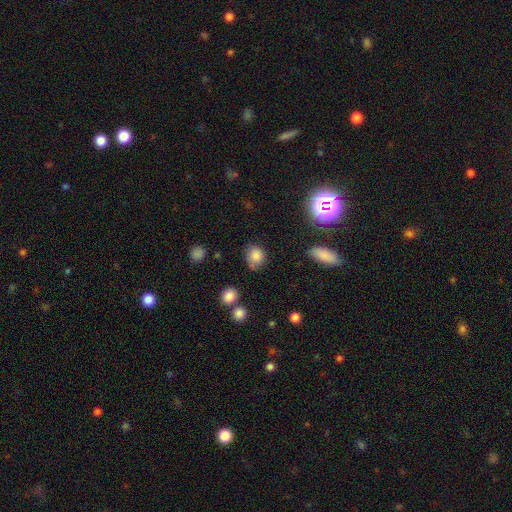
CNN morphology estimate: Smooth or featured: smooth — 82% (star or artifact — 12%)
How rounded: round — 68% (in between — 31%)
Merging: none — 68% (minor disturbance — 22%)